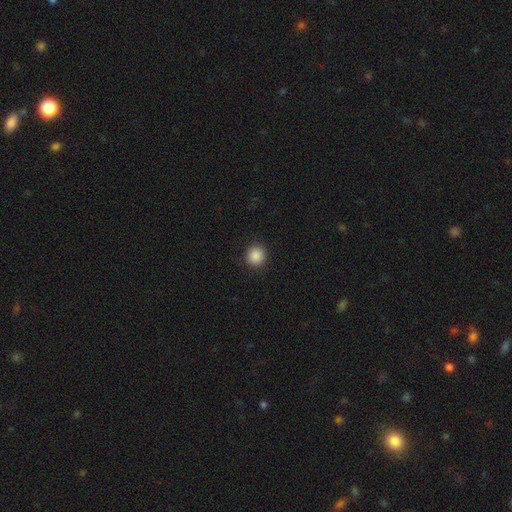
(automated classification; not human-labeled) This appears to be a smooth galaxy with no disk features (88%) that is round (91%). Merging: none (91%).